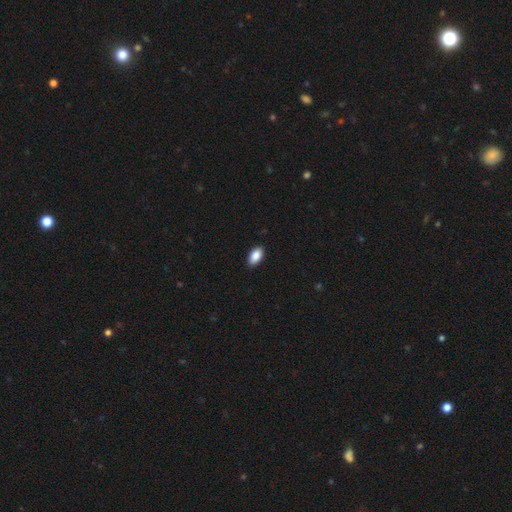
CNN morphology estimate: Q: Smooth or featured?
A: smooth (88%); runner-up: star or artifact (7%)
Q: How rounded?
A: in between (94%); runner-up: round (4%)
Q: Merging?
A: none (90%); runner-up: minor disturbance (8%)